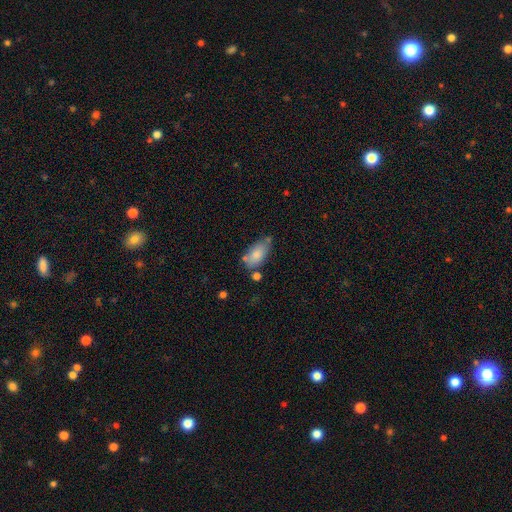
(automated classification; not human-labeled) Q: Smooth or featured?
A: smooth (80%); runner-up: featured or disk (13%)
Q: How rounded?
A: in between (91%); runner-up: cigar-shaped (6%)
Q: Merging?
A: none (58%); runner-up: minor disturbance (24%)